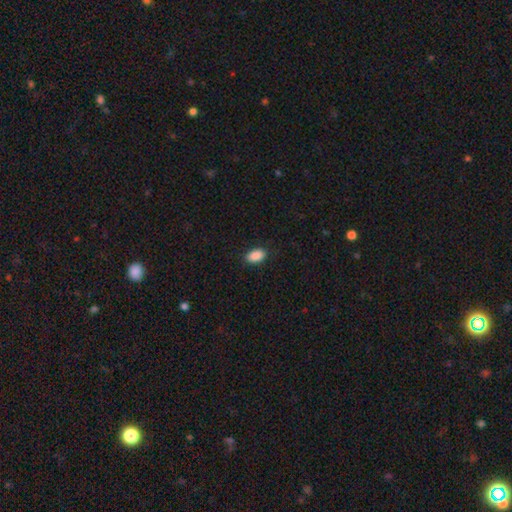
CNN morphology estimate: Smooth or featured?
  - smooth: 90% *
  - star or artifact: 8%
  - featured or disk: 3%
How rounded?
  - in between: 93% *
  - round: 6%
  - cigar-shaped: 2%
Merging?
  - none: 88% *
  - minor disturbance: 9%
  - major disturbance: 2%
  - merger: 1%